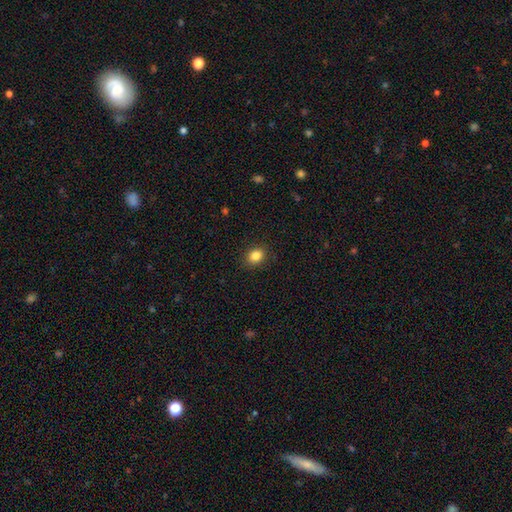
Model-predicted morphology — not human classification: This is clearly a smooth galaxy (85%). How rounded: possibly round (52%). Merging: clearly none (89%).